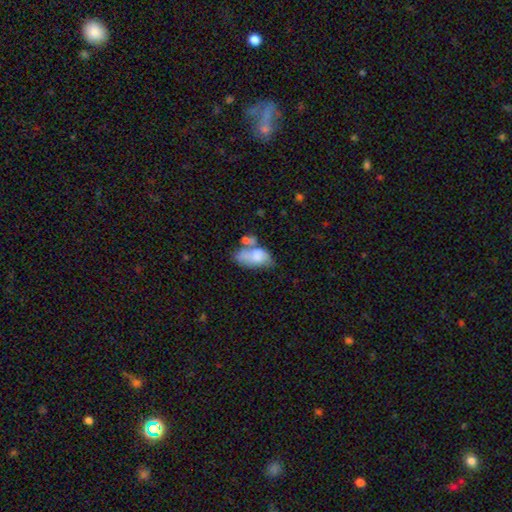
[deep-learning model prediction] Smooth or featured: smooth — 67% (featured or disk — 25%)
How rounded: in between — 92% (round — 5%)
Merging: merger — 38% (none — 24%)